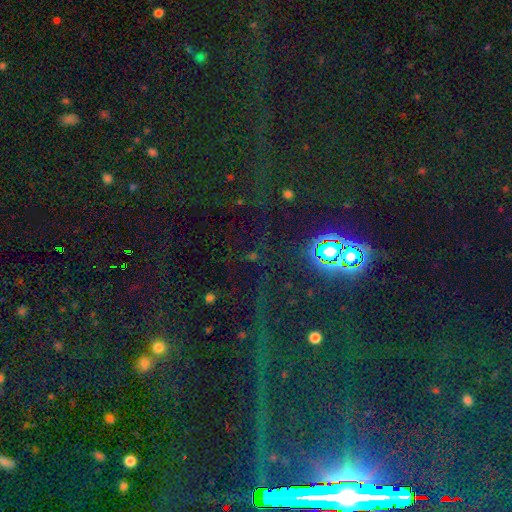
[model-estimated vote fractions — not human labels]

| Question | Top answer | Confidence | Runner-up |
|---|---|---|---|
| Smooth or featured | star or artifact | 81% | smooth (11%) |